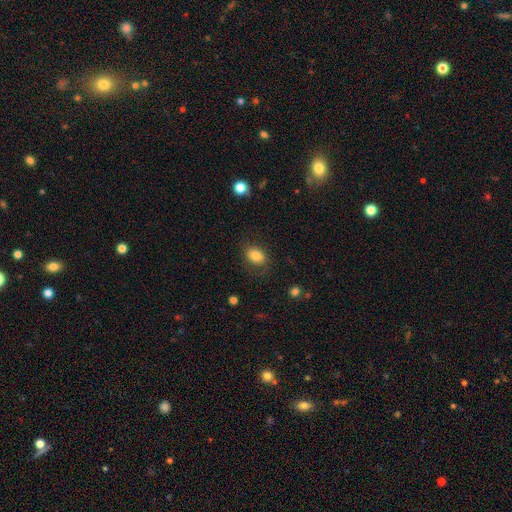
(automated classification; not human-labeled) The model was most divided on "how rounded": in between: 69%, round: 30%, cigar-shaped: 1%. More confident: smooth or featured — smooth (79%); merging — none (72%).